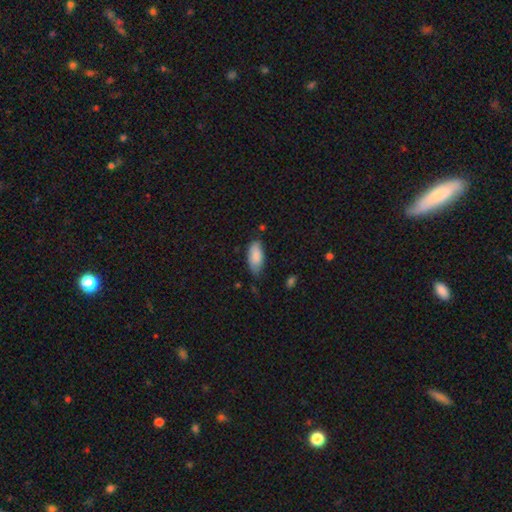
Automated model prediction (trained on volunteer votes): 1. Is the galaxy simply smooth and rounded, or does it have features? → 87% smooth, 7% featured or disk, 6% star or artifact.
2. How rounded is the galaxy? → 89% in between, 10% cigar-shaped, 2% round.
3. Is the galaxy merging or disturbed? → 64% none, 29% minor disturbance, 5% major disturbance, 2% merger.